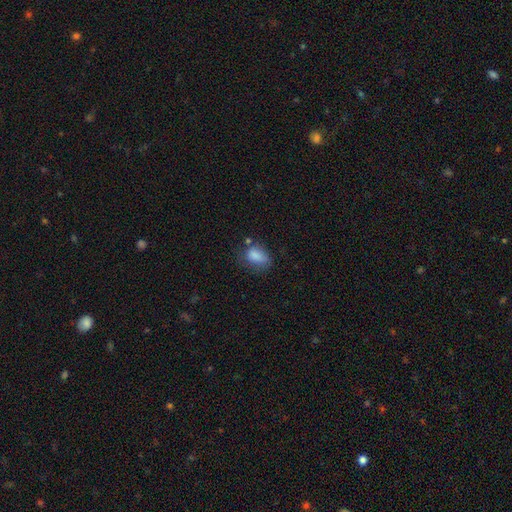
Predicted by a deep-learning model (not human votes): Morphology: type=smooth (82%); roundness=in between (82%); merging=none (50%).